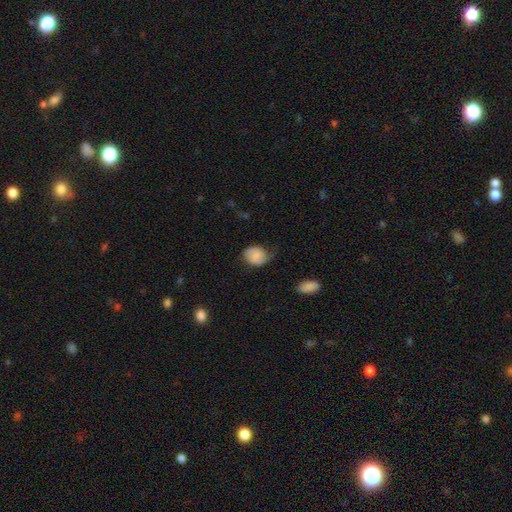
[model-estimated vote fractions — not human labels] This is likely a smooth galaxy (74%). How rounded: possibly round (54%). Merging: possibly none (55%).